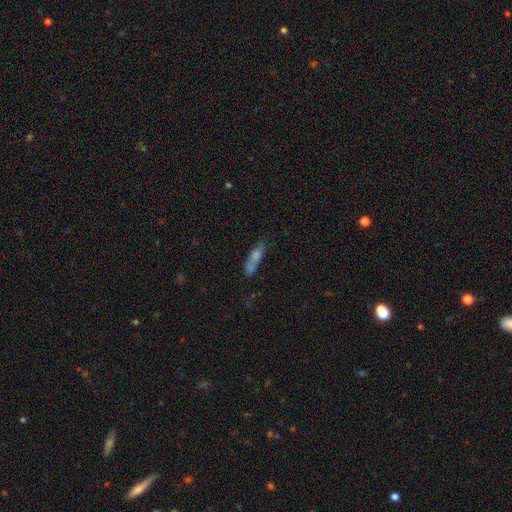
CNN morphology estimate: Q: Smooth or featured?
A: smooth (62%); runner-up: featured or disk (27%)
Q: How rounded?
A: cigar-shaped (57%); runner-up: in between (39%)
Q: Merging?
A: none (44%); runner-up: merger (30%)